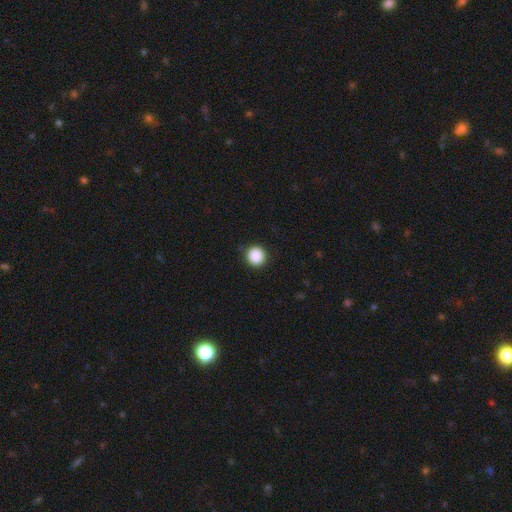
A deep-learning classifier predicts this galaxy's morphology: Overall: smooth (89%). How rounded: round (95%). Merging: none (92%).